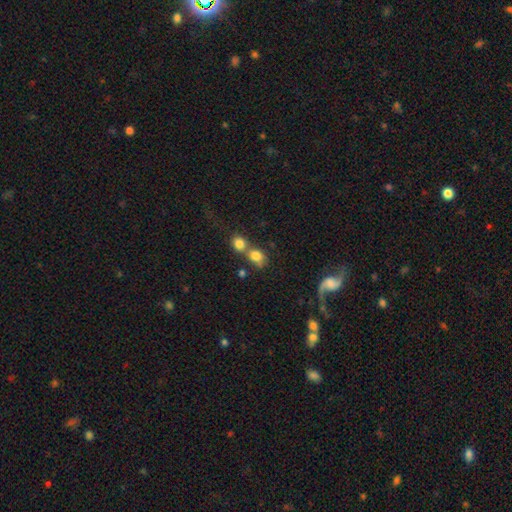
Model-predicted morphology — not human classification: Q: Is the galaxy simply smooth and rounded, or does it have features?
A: smooth — 77%.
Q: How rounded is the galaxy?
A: round — 59%.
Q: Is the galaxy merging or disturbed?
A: merger — 56%.